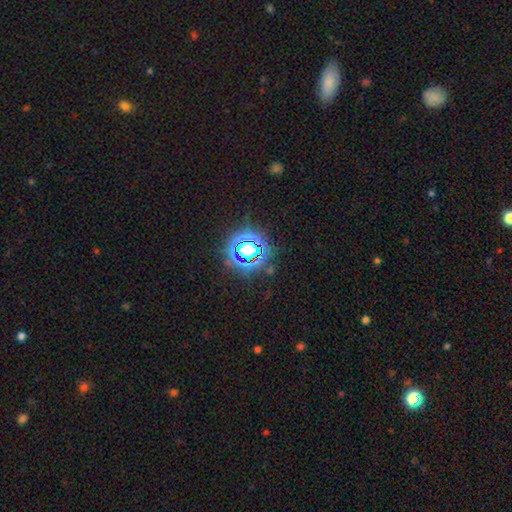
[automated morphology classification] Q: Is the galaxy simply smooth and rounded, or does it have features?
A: star or artifact — 75%.